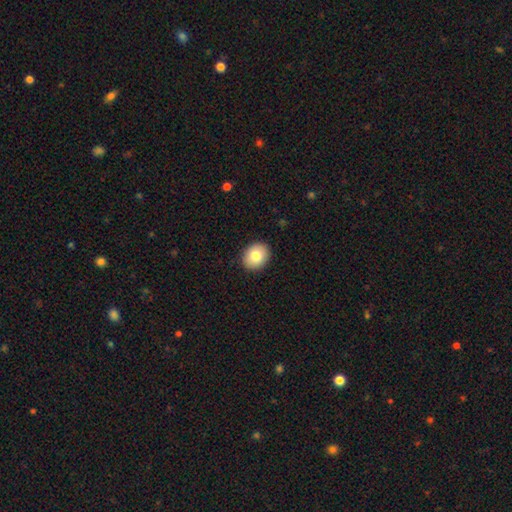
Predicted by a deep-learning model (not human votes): A smooth galaxy with no disk features (82%) that is round (52%). Merging: none (91%).